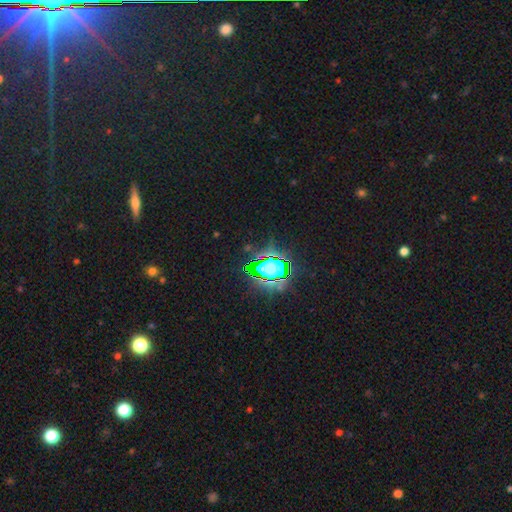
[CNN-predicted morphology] Smooth or featured?
  - star or artifact: 81% *
  - smooth: 11%
  - featured or disk: 8%